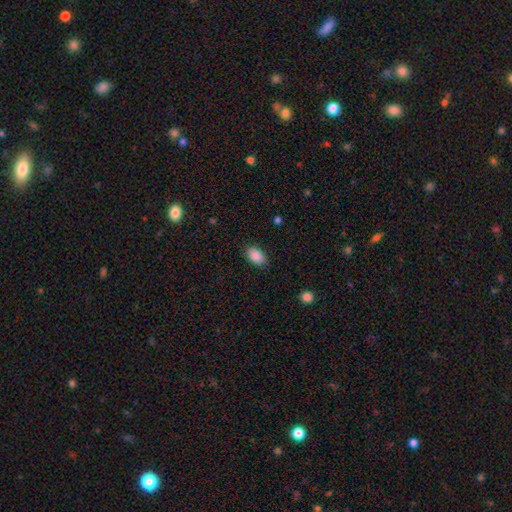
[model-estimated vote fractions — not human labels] Smooth or featured? smooth (89%)
How rounded? in between (92%)
Merging? none (86%)